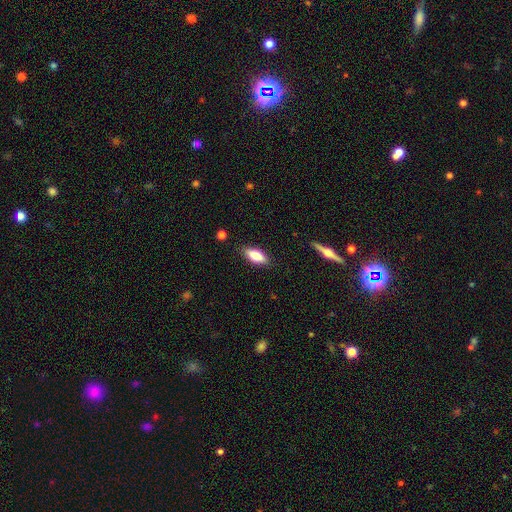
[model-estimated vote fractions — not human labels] The model was most divided on "how rounded": in between: 76%, cigar-shaped: 21%, round: 2%. More confident: merging — none (86%); smooth or featured — smooth (74%).